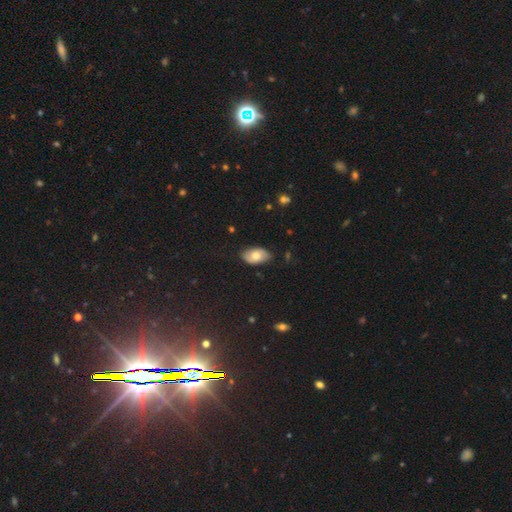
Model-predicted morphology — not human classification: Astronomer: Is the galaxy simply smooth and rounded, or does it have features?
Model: smooth — 67%.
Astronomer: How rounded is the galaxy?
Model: in between — 93%.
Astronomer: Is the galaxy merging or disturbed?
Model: none — 81%.